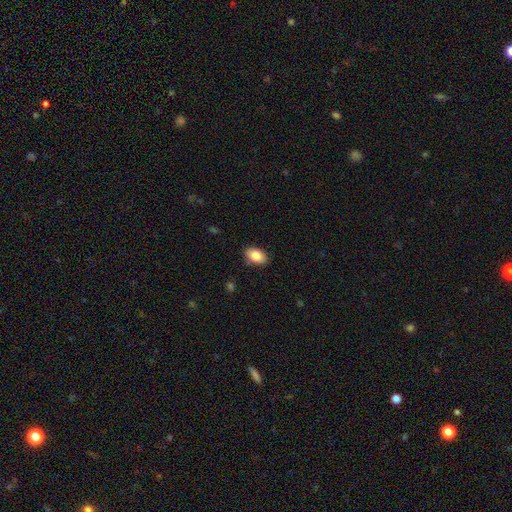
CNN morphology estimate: type=smooth (85%); roundness=in between (88%); merging=none (85%).